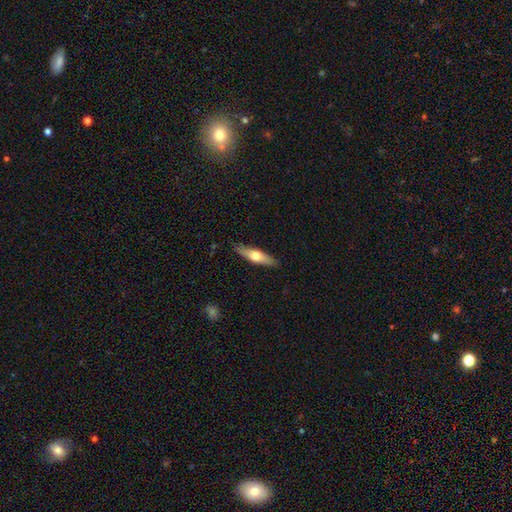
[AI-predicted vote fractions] Morphology: type=smooth (48%); merging=none (86%).